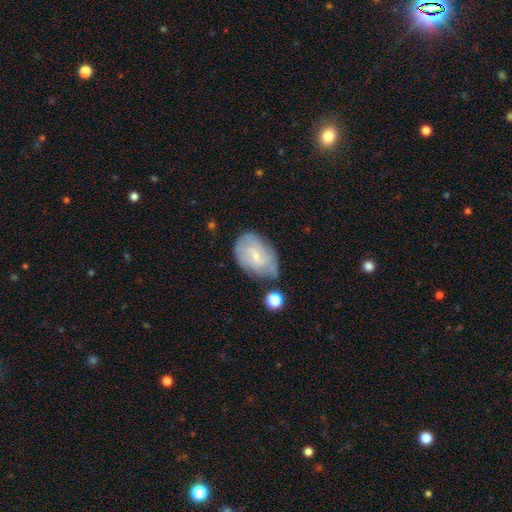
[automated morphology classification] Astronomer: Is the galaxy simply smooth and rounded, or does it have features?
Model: featured or disk — 59%.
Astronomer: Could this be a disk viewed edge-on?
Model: no — 97%.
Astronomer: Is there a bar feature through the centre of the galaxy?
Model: no — 50% (runner-up: weak, 44%).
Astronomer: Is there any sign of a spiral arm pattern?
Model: yes — 81%.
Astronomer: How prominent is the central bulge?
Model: small — 74%.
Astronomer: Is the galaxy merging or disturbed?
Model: none — 55%.